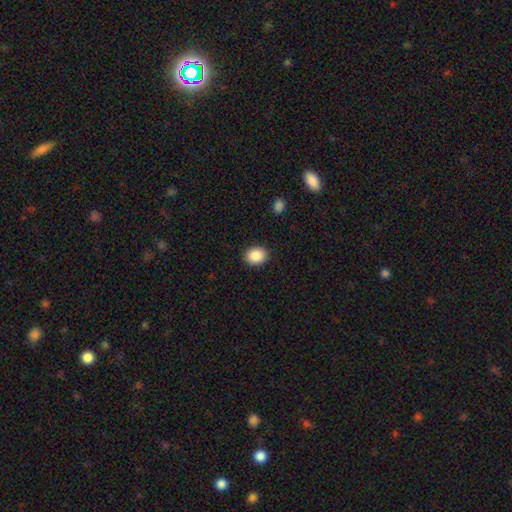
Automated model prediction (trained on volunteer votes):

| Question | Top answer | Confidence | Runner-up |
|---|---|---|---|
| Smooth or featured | smooth | 89% | star or artifact (8%) |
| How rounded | round | 55% | in between (45%) |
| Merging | none | 90% | minor disturbance (7%) |